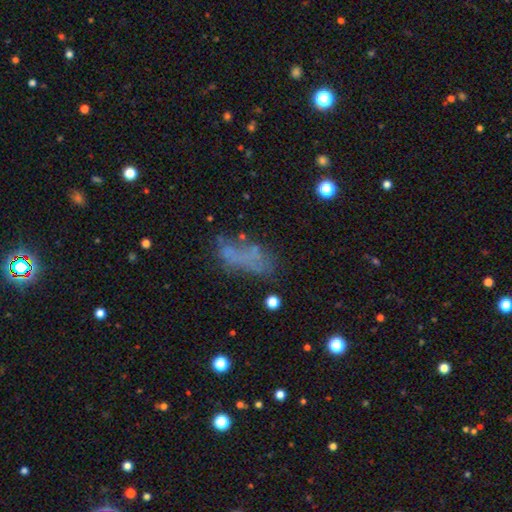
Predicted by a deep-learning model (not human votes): smooth-or-featured: smooth: 49% | featured or disk: 33% | star or artifact: 18%
  merging: none: 44% | major disturbance: 24% | minor disturbance: 22% | merger: 10%